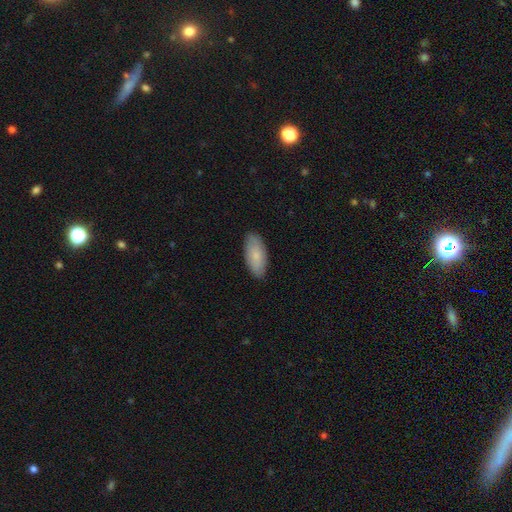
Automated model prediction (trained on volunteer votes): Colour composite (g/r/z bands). It shows a smooth galaxy with no disk features (79%) that is in between round and cigar-shaped (91%). Merging: none (86%).